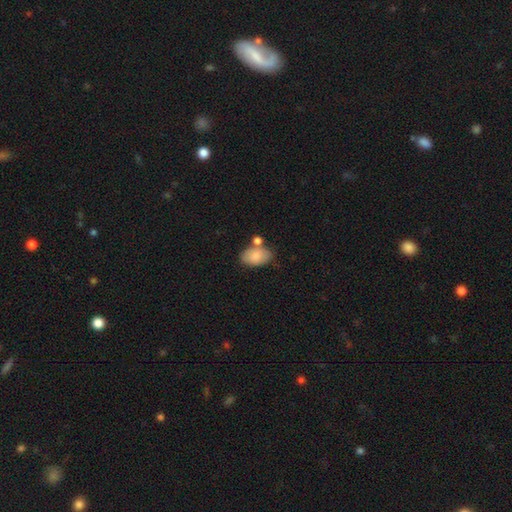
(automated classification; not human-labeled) Smooth or featured?
  - smooth: 83% *
  - featured or disk: 10%
  - star or artifact: 7%
How rounded?
  - in between: 92% *
  - round: 7%
  - cigar-shaped: 1%
Merging?
  - none: 60% *
  - merger: 20%
  - minor disturbance: 16%
  - major disturbance: 4%